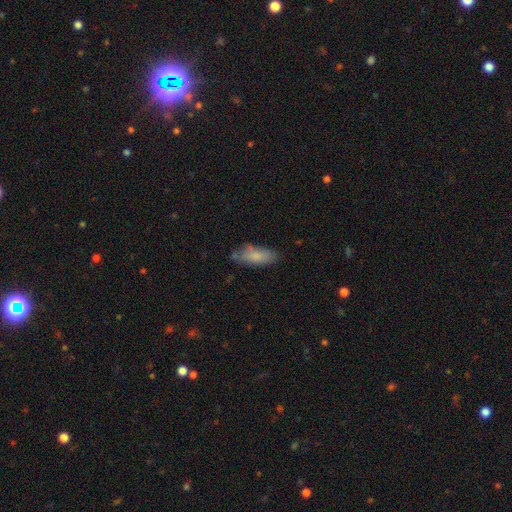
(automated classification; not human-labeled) smooth_or_featured: smooth (p=0.80) [alt: featured or disk p=0.13]
how_rounded: in between (p=0.71) [alt: cigar-shaped p=0.27]
merging: none (p=0.68) [alt: minor disturbance p=0.22]